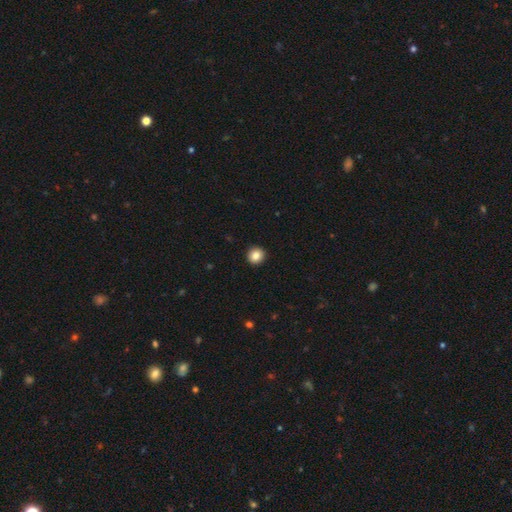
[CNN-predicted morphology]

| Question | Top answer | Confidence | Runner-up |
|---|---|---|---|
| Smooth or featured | smooth | 85% | star or artifact (10%) |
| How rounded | round | 94% | in between (5%) |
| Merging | none | 93% | minor disturbance (4%) |